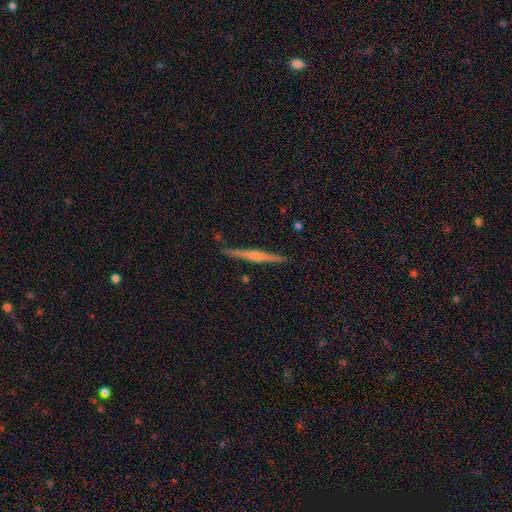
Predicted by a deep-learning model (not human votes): The model was most divided on "smooth or featured": featured or disk: 75%, smooth: 18%, star or artifact: 6%. More confident: edge-on disk — yes (98%); merging — none (90%); edge-on bulge — rounded (74%).